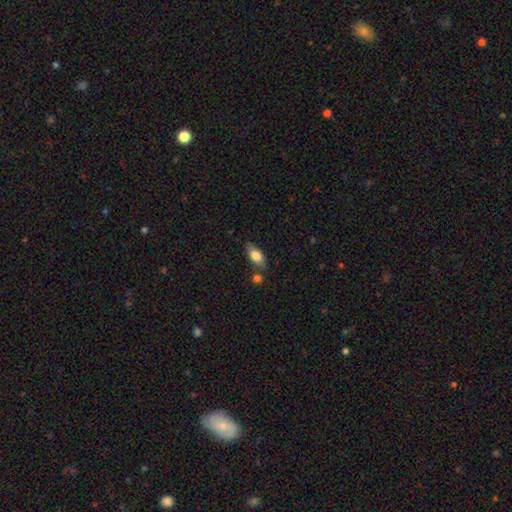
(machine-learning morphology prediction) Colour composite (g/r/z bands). It shows a smooth galaxy with no disk features (76%) that is in between round and cigar-shaped (85%). Merging: none (71%).